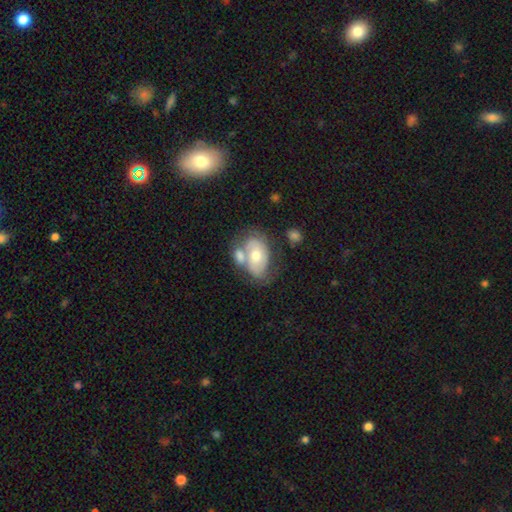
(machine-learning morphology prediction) Overall: smooth (49%; featured or disk 45%). Merging: merger (43%; none 30%).